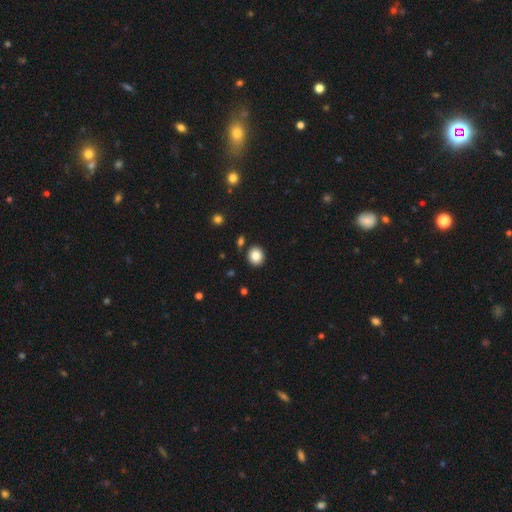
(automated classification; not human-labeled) smooth-or-featured: smooth: 86% | star or artifact: 9% | featured or disk: 5%
  how-rounded: round: 77% | in between: 22% | cigar-shaped: 1%
  merging: none: 88% | minor disturbance: 7% | merger: 3% | major disturbance: 2%